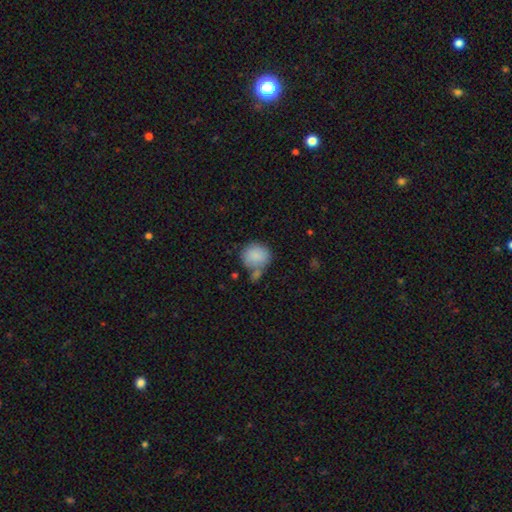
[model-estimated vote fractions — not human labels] Smooth or featured?
  - smooth: 86% *
  - featured or disk: 7%
  - star or artifact: 7%
How rounded?
  - round: 83% *
  - in between: 16%
  - cigar-shaped: 1%
Merging?
  - none: 52% *
  - merger: 24%
  - minor disturbance: 17%
  - major disturbance: 6%